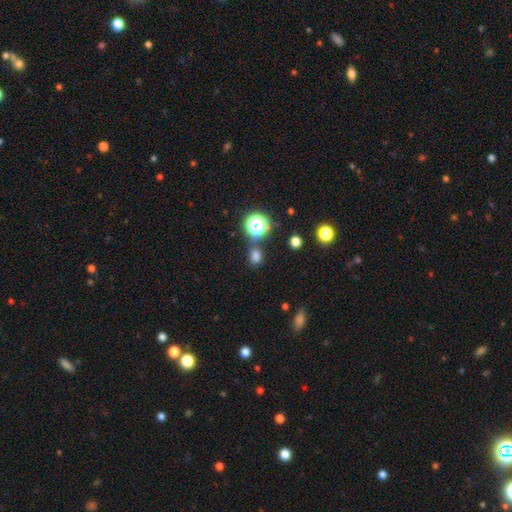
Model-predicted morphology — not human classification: Smooth or featured? smooth (68%)
How rounded? round (59%)
Merging? none (71%)